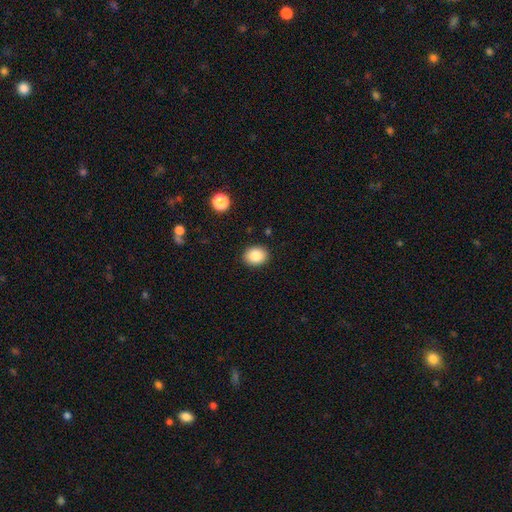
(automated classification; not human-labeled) Overall: smooth (85%). How rounded: round (51%; in between 48%). Merging: none (89%).